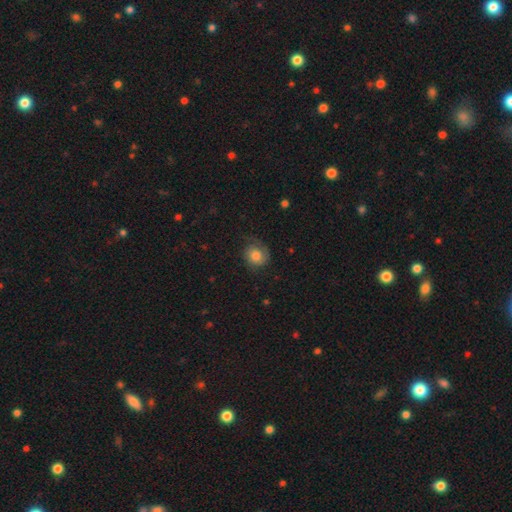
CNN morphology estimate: Smooth or featured: smooth — 60% (featured or disk — 31%)
How rounded: round — 77% (in between — 22%)
Merging: none — 58% (minor disturbance — 25%)